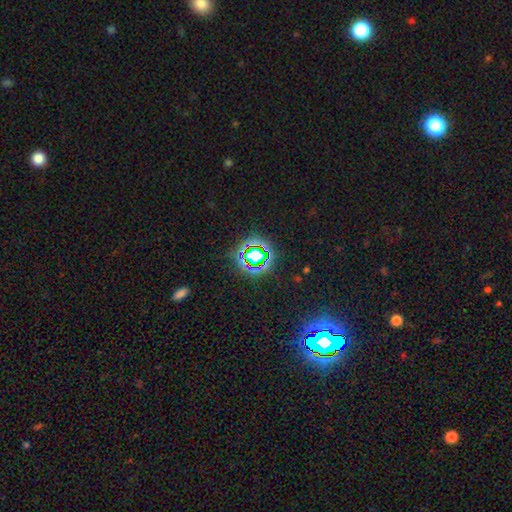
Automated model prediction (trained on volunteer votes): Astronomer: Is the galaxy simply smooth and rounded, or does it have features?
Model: star or artifact — 69%.